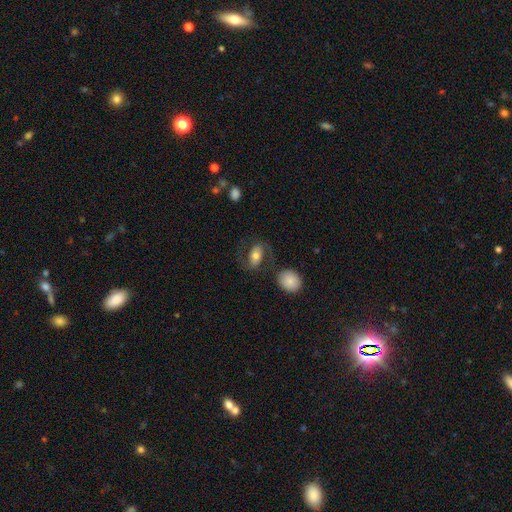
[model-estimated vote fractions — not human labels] A smooth galaxy with no disk features (49%).

Vote fractions:
- Smooth or featured? smooth: 49% / featured or disk: 43% / star or artifact: 8%
- Merging? none: 67% / minor disturbance: 15% / major disturbance: 13% / merger: 5%